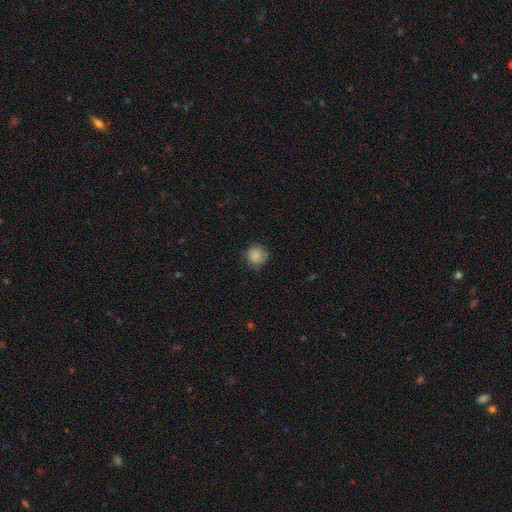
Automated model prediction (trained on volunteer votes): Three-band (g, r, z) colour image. It shows a smooth galaxy with no disk features (84%) that is round (91%). Merging: none (80%).